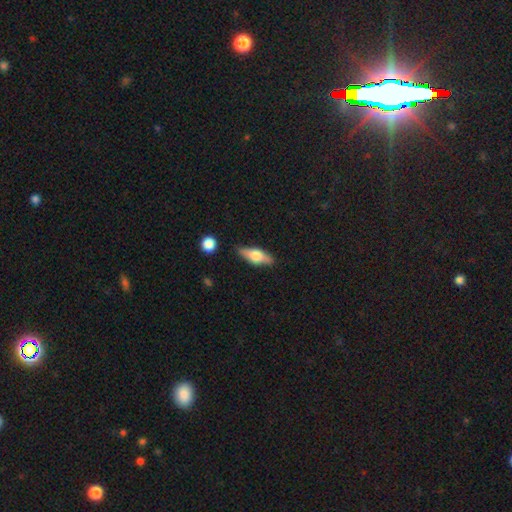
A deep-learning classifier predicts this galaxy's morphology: The model was most divided on "smooth or featured" (2-way tie): smooth: 47%, featured or disk: 47%, star or artifact: 7%. More confident: merging — none (82%).